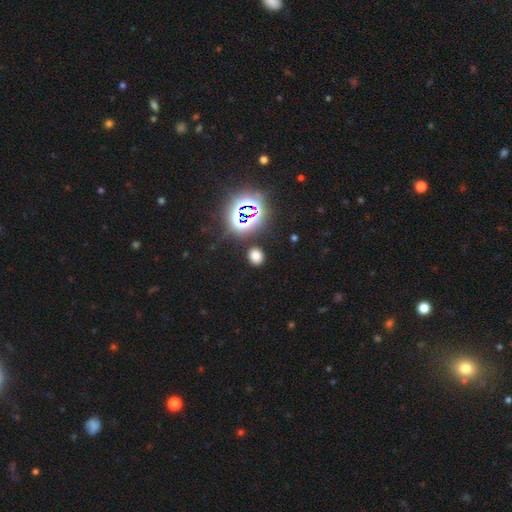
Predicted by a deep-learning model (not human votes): smooth_or_featured: smooth (p=0.67) [alt: star or artifact p=0.27]
how_rounded: round (p=0.65) [alt: in between p=0.34]
merging: none (p=0.88) [alt: minor disturbance p=0.07]